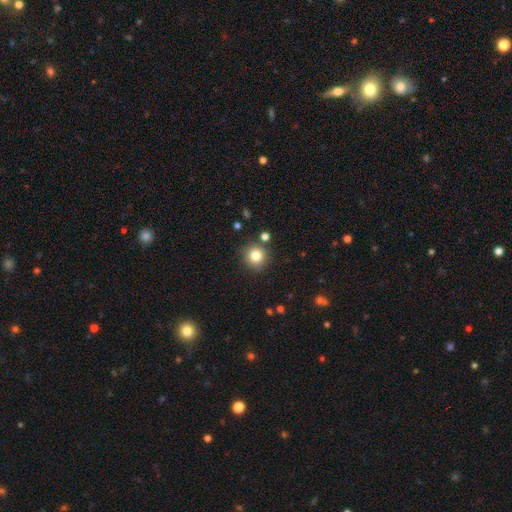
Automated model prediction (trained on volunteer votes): smooth-or-featured: smooth: 81% | star or artifact: 12% | featured or disk: 7%
  how-rounded: round: 92% | in between: 7% | cigar-shaped: 1%
  merging: none: 84% | minor disturbance: 8% | merger: 5% | major disturbance: 3%